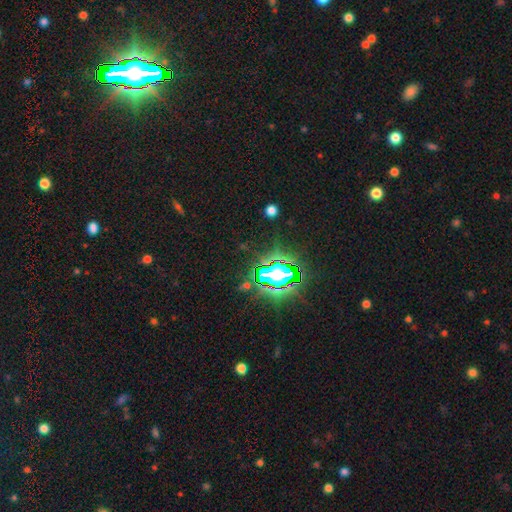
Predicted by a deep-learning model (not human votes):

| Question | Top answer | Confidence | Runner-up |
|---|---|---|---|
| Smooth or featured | star or artifact | 81% | smooth (11%) |